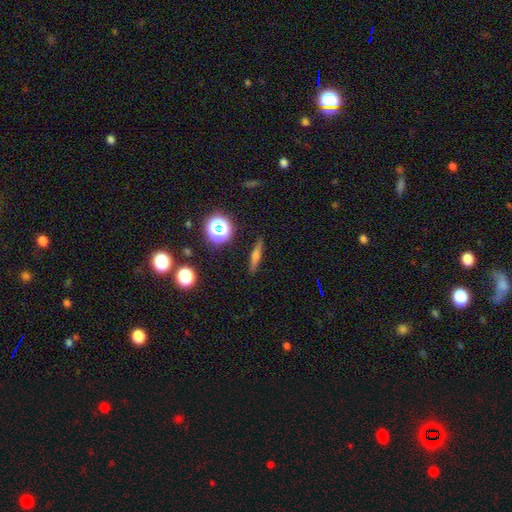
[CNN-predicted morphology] smooth_or_featured: smooth (p=0.49) [alt: featured or disk p=0.38]
merging: none (p=0.88) [alt: minor disturbance p=0.08]